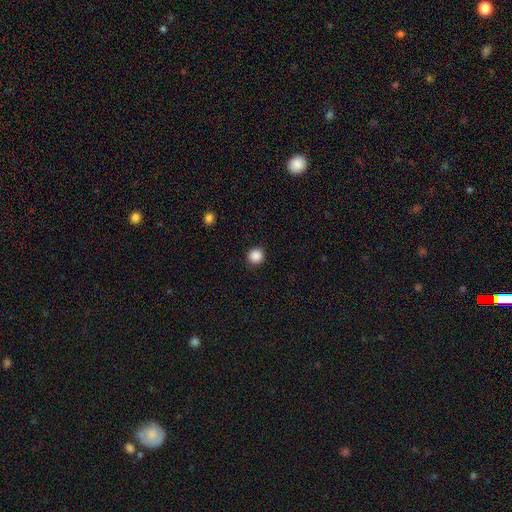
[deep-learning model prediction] Smooth or featured? Predicted: smooth (p=0.88). How rounded? Predicted: round (p=0.92). Merging? Predicted: none (p=0.91).